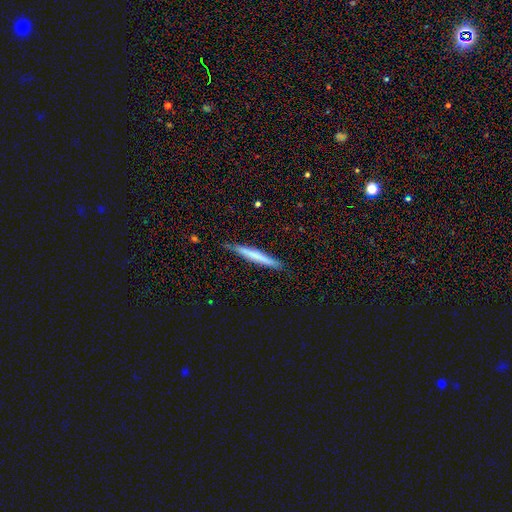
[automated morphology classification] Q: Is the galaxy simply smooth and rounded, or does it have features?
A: smooth — 61%.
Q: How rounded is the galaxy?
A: cigar-shaped — 96%.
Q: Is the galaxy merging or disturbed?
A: none — 87%.